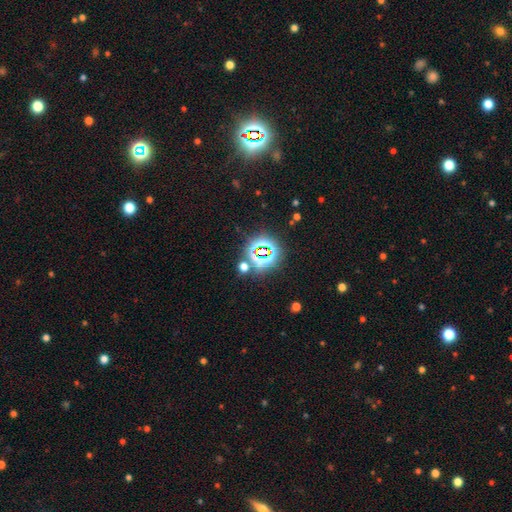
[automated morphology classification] Smooth or featured: star or artifact — 72% (smooth — 19%)